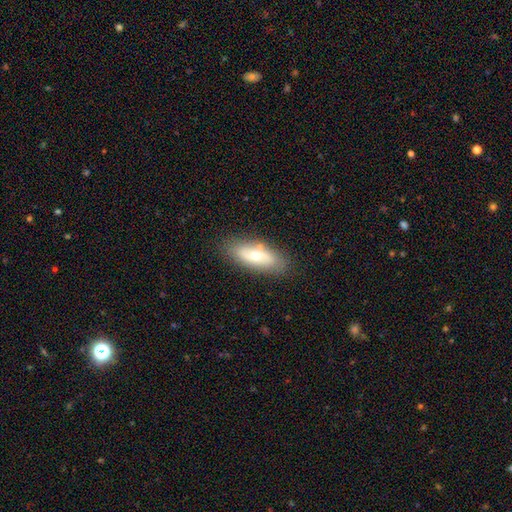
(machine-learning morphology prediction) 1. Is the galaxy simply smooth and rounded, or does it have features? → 55% smooth, 38% featured or disk, 7% star or artifact.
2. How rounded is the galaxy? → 77% in between, 20% cigar-shaped, 3% round.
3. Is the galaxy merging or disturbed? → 81% none, 13% minor disturbance, 3% major disturbance, 3% merger.